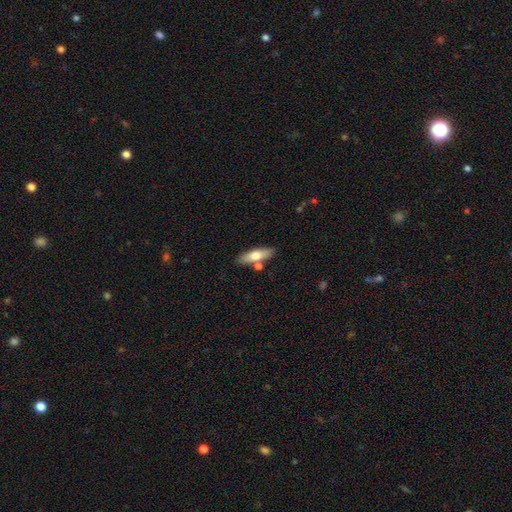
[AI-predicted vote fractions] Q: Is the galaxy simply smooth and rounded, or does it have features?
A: smooth — 65%.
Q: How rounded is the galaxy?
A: cigar-shaped — 50%.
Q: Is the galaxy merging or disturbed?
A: none — 75%.